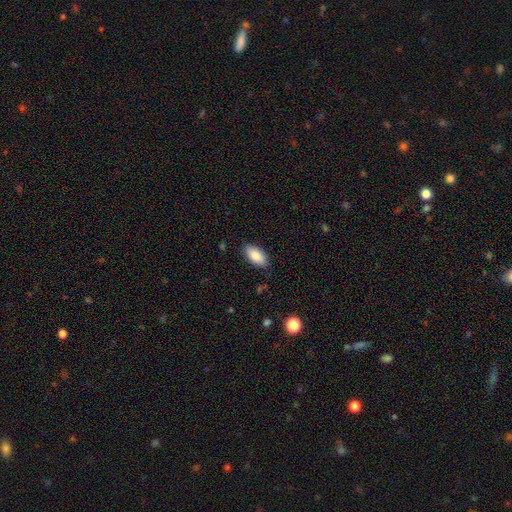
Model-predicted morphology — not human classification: Smooth or featured? Predicted: smooth (p=0.86). How rounded? Predicted: in between (p=0.93). Merging? Predicted: none (p=0.85).